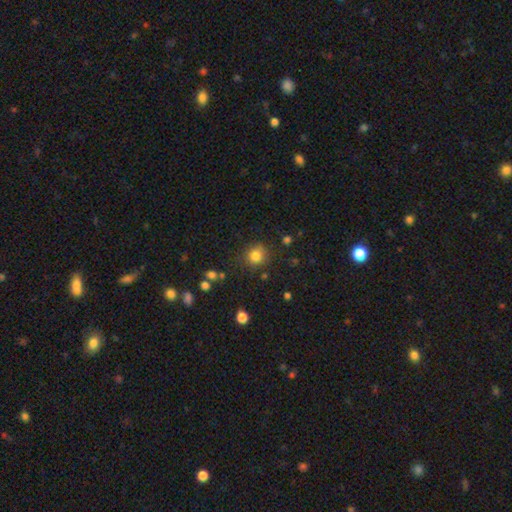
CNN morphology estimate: smooth-or-featured: smooth: 82% | star or artifact: 12% | featured or disk: 6%
  how-rounded: round: 83% | in between: 16% | cigar-shaped: 1%
  merging: none: 81% | minor disturbance: 12% | major disturbance: 4% | merger: 3%